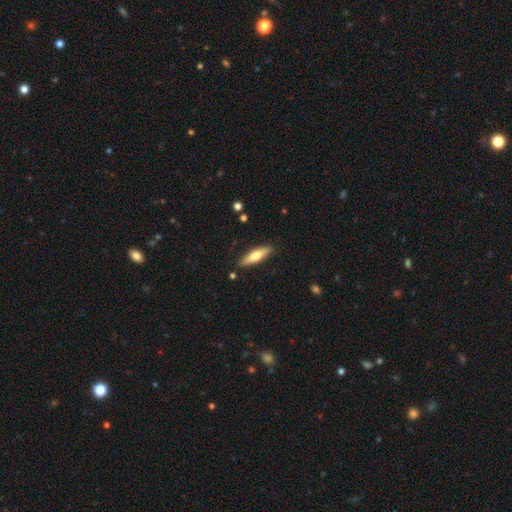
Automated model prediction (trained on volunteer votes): A smooth galaxy with no disk features (60%) that is cigar-shaped (68%).

Vote fractions:
- Smooth or featured? smooth: 60% / featured or disk: 34% / star or artifact: 5%
- How rounded? cigar-shaped: 68% / in between: 31% / round: 2%
- Merging? none: 88% / minor disturbance: 8% / major disturbance: 2% / merger: 2%